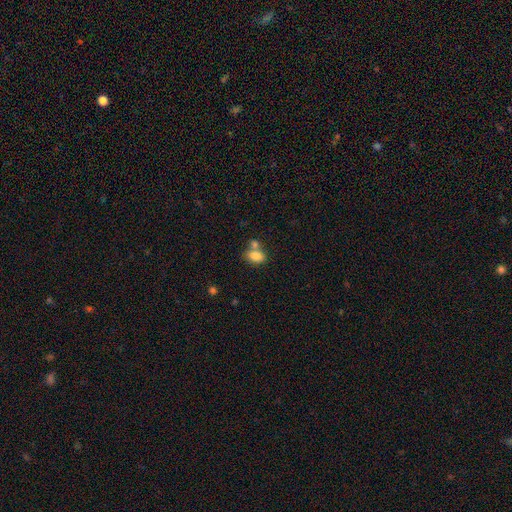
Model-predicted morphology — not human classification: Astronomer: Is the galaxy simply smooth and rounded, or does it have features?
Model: smooth — 84%.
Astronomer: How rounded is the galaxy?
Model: in between — 84%.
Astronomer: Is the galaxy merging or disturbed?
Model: none — 49% (runner-up: merger, 35%).